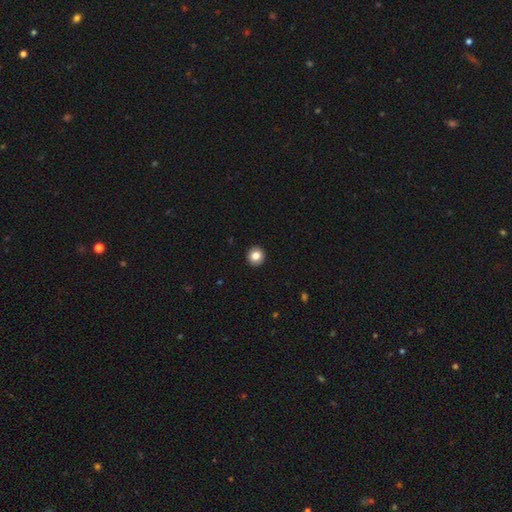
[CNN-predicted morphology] The model was most divided on "smooth or featured": smooth: 84%, star or artifact: 9%, featured or disk: 7%. More confident: merging — none (94%); how rounded — round (94%).